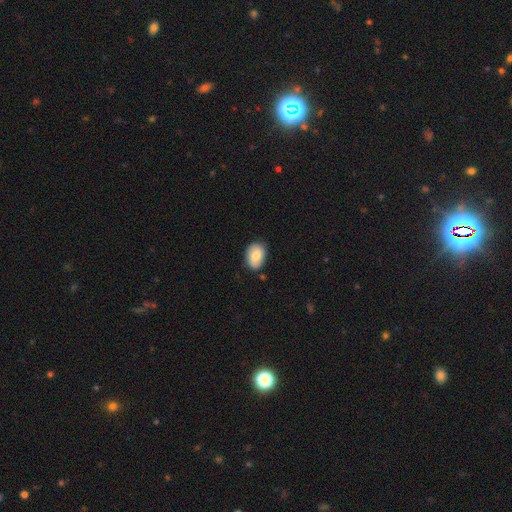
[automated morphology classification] smooth-or-featured: smooth: 79% | featured or disk: 14% | star or artifact: 7%
  how-rounded: in between: 81% | round: 18% | cigar-shaped: 1%
  merging: none: 79% | minor disturbance: 16% | major disturbance: 3% | merger: 2%